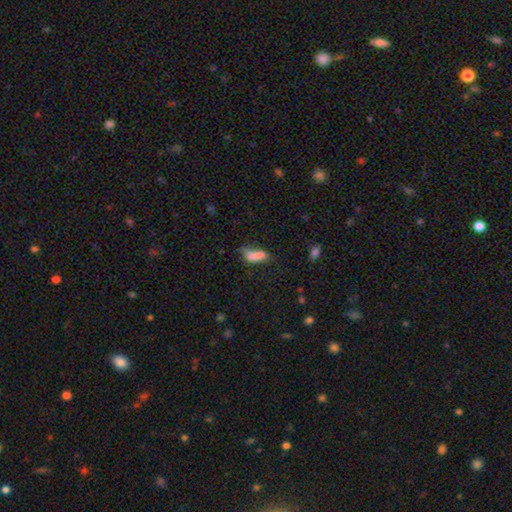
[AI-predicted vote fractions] This appears to be a smooth galaxy with no disk features (76%) that is in between round and cigar-shaped (64%). Merging: none (34%).